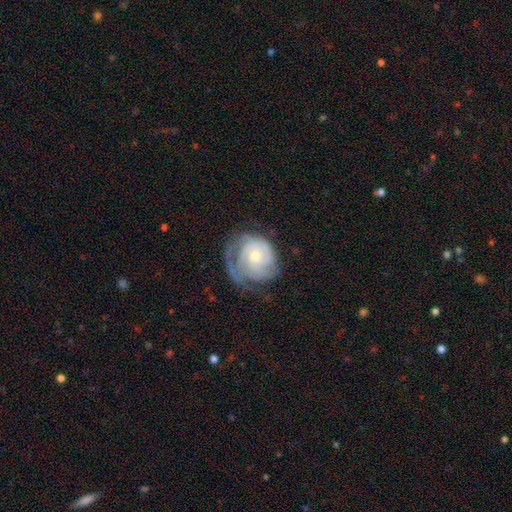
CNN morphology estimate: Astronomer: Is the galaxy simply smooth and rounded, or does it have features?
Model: featured or disk — 79%.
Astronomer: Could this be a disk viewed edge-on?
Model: no — 98%.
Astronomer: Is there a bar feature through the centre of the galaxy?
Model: no — 76%.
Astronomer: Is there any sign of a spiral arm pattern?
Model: yes — 92%.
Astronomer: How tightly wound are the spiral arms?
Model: tight — 65%.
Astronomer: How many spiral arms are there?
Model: can't tell — 33% (runner-up: 3, 23%).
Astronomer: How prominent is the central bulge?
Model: small — 53% (runner-up: moderate, 42%).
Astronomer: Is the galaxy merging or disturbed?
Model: none — 53%.